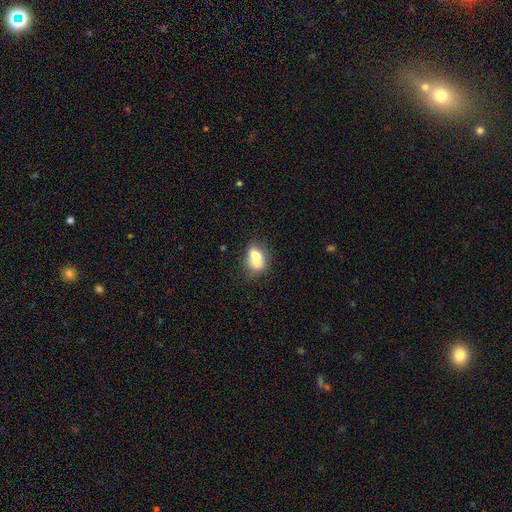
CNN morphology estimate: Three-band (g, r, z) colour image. It shows a smooth galaxy with no disk features (67%) that is in between round and cigar-shaped (69%). Merging: merger (48%).